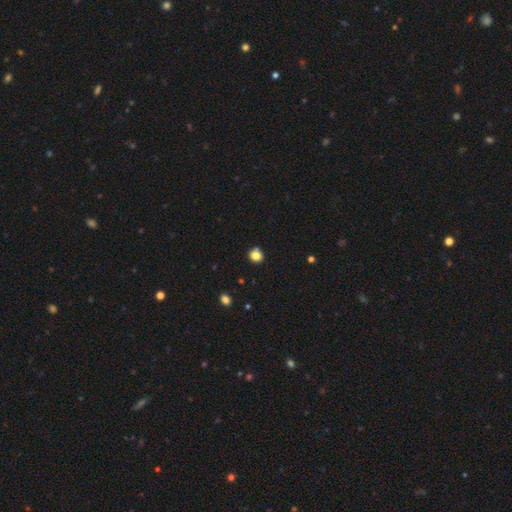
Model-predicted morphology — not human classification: This is clearly a smooth galaxy (82%). How rounded: clearly round (83%). Merging: likely none (78%).